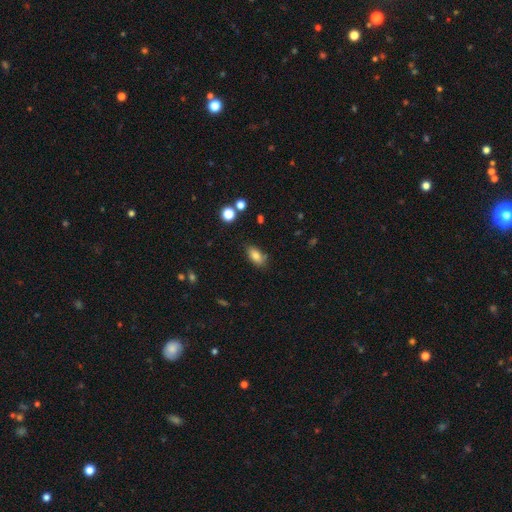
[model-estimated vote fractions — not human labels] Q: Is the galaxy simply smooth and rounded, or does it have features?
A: smooth — 82%.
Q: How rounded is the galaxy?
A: in between — 89%.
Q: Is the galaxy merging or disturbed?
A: none — 78%.